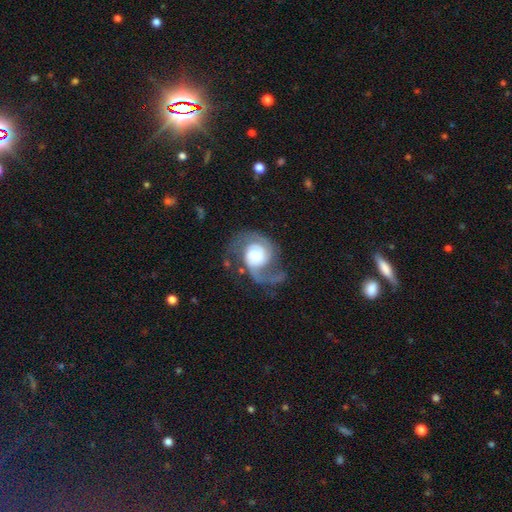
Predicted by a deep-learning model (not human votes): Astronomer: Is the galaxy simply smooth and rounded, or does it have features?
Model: featured or disk — 84%.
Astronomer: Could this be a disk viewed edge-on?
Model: no — 98%.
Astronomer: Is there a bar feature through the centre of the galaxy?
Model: no — 61%.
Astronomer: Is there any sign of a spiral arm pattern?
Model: yes — 96%.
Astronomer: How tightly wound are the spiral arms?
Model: medium — 48% (runner-up: loose, 28%).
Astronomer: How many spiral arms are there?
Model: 2 — 81%.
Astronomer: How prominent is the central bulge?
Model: large — 38% (runner-up: moderate, 37%).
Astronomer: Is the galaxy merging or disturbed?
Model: none — 53%.